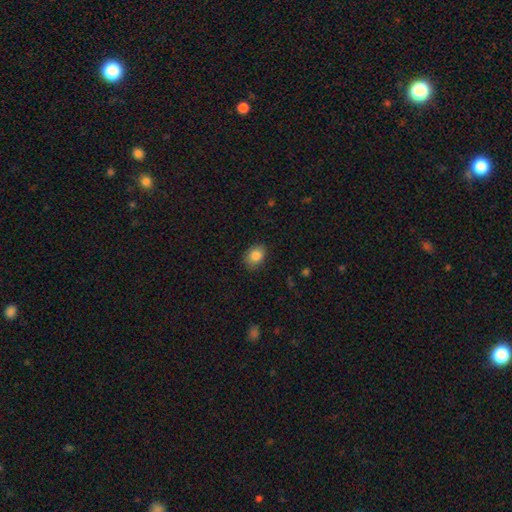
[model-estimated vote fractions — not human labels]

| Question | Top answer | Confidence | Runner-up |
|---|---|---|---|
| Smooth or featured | smooth | 85% | star or artifact (9%) |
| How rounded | in between | 59% | round (40%) |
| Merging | none | 82% | minor disturbance (14%) |